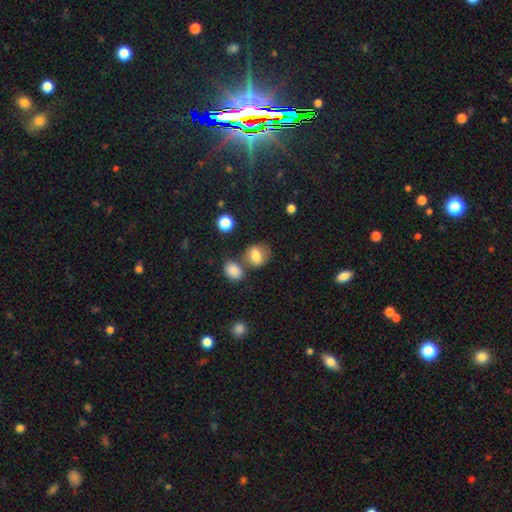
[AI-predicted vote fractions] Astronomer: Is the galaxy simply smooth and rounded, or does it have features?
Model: smooth — 77%.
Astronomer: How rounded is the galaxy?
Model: round — 51% (runner-up: in between, 47%).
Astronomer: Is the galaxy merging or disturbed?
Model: none — 60%.